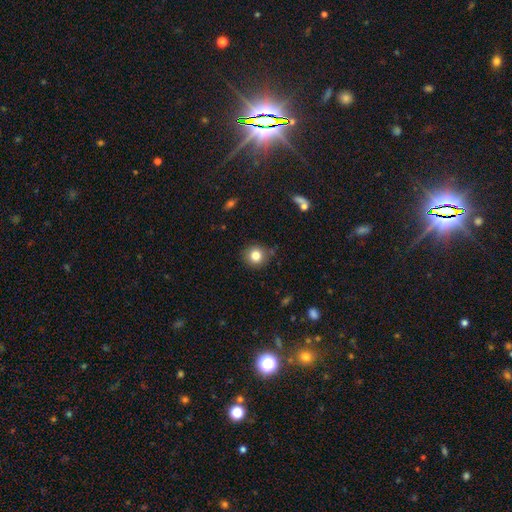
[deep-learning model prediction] Smooth or featured? smooth (82%)
How rounded? round (90%)
Merging? none (84%)